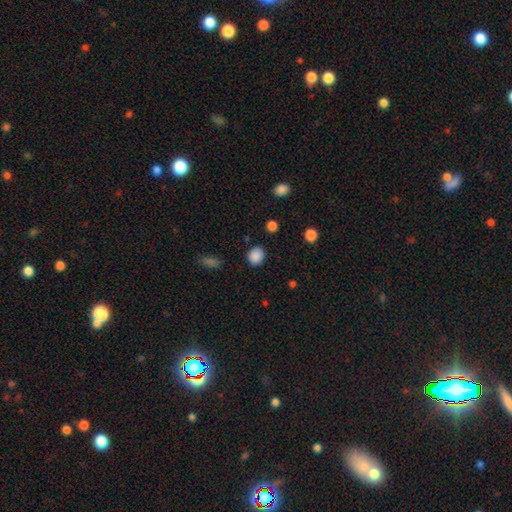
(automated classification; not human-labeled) Smooth or featured? smooth (87%)
How rounded? round (69%)
Merging? none (86%)